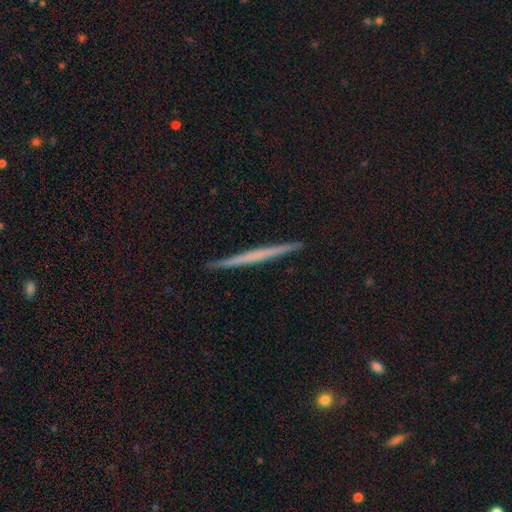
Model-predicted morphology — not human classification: Smooth or featured? Predicted: featured or disk (p=0.52). Edge-on disk? Predicted: yes (p=0.98). Edge-on bulge? Predicted: none (p=0.89). Merging? Predicted: none (p=0.92).